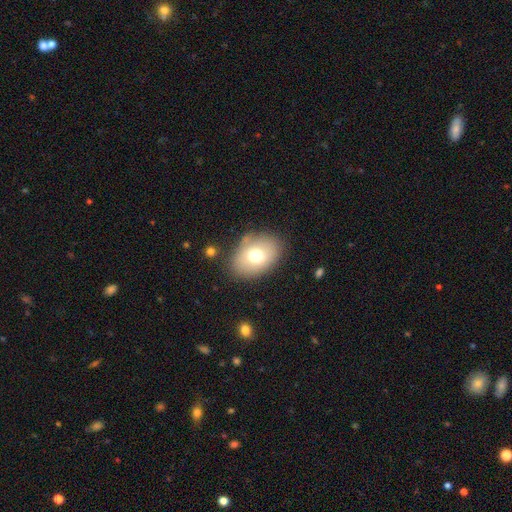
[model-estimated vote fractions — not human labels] A smooth galaxy with no disk features (69%) that is in between round and cigar-shaped (77%).

Vote fractions:
- Smooth or featured? smooth: 69% / featured or disk: 21% / star or artifact: 10%
- How rounded? in between: 77% / round: 22% / cigar-shaped: 1%
- Merging? none: 77% / minor disturbance: 15% / major disturbance: 5% / merger: 3%